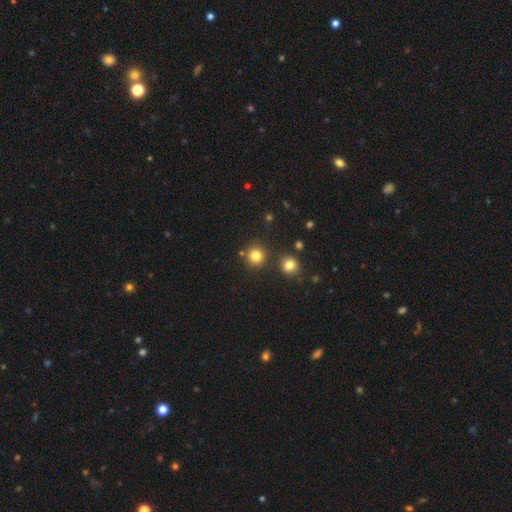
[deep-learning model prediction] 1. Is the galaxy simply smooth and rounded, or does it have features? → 81% smooth, 13% star or artifact, 5% featured or disk.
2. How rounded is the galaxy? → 93% round, 6% in between, 1% cigar-shaped.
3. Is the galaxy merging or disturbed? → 84% none, 7% merger, 6% minor disturbance, 2% major disturbance.